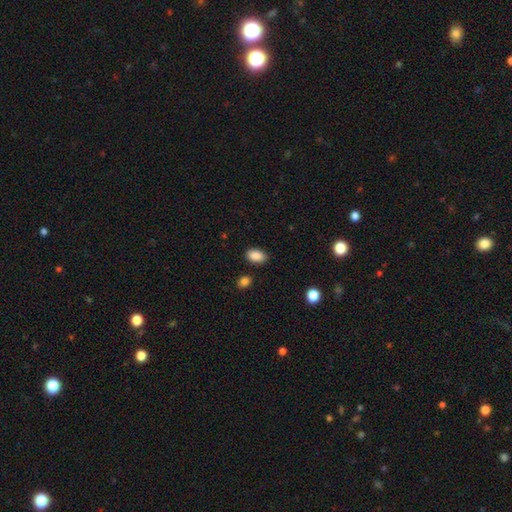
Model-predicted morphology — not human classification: smooth_or_featured: smooth (p=0.88) [alt: star or artifact p=0.08]
how_rounded: in between (p=0.89) [alt: round p=0.10]
merging: none (p=0.85) [alt: minor disturbance p=0.09]